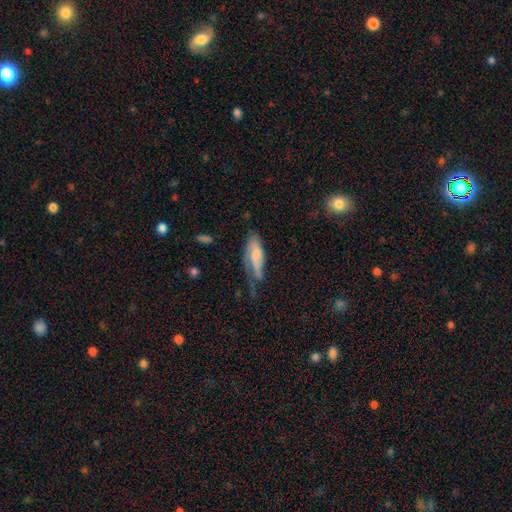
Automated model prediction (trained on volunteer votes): Smooth or featured?
  - smooth: 47% *
  - featured or disk: 46%
  - star or artifact: 7%
Merging?
  - minor disturbance: 35% *
  - none: 32%
  - major disturbance: 29%
  - merger: 4%